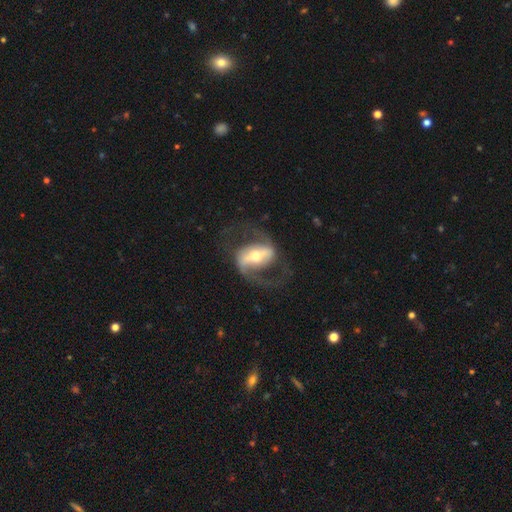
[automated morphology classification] smooth-or-featured: featured or disk: 87% | smooth: 9% | star or artifact: 5%
  disk-edge-on: no: 95% | yes: 5%
    bar: strong: 62% | weak: 25% | no: 13%
    has-spiral-arms: yes: 91% | no: 9%
      spiral-winding: medium: 50% | loose: 39% | tight: 11%
      spiral-arm-count: 2: 90% | 1: 4% | can't tell: 3% | 3: 1% | 4: 1% | more than 4: 1%
    bulge-size: moderate: 57% | small: 33% | large: 7% | dominant: 1% | none: 1%
  merging: none: 69% | major disturbance: 15% | minor disturbance: 14% | merger: 2%